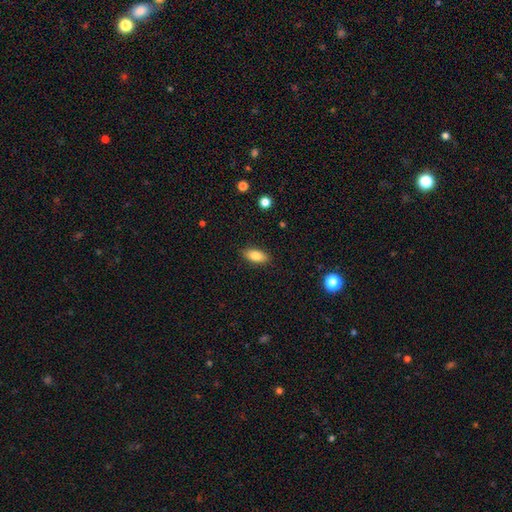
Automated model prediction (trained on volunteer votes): This is clearly a smooth galaxy (82%). How rounded: clearly in between (87%). Merging: clearly none (88%).